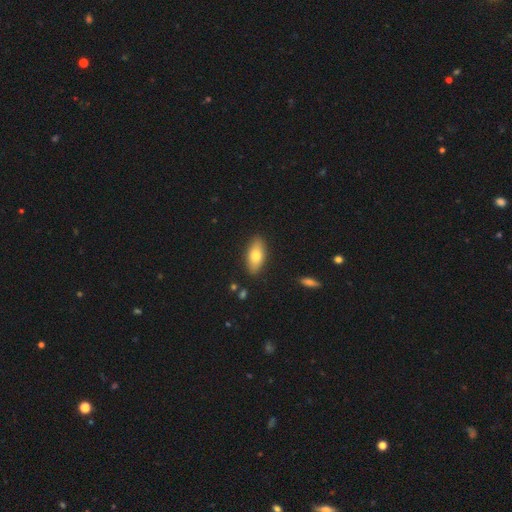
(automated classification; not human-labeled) smooth_or_featured: smooth (p=0.74) [alt: featured or disk p=0.19]
how_rounded: in between (p=0.87) [alt: cigar-shaped p=0.10]
merging: none (p=0.87) [alt: minor disturbance p=0.09]